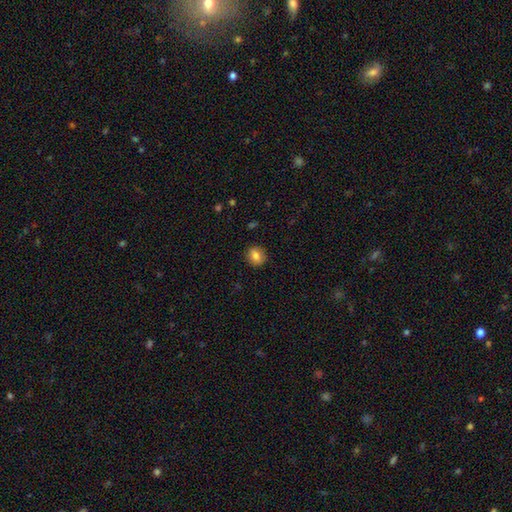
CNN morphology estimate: A smooth galaxy with no disk features (82%) that is round (80%). Merging: none (90%).